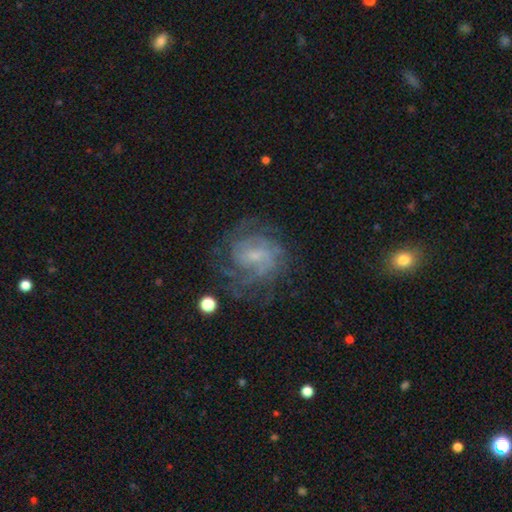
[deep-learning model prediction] A featured or disk galaxy (78%) with a weak bar (47%), tight (54%) spiral arms (92%) and a small central bulge (65%). Merging: none (69%).